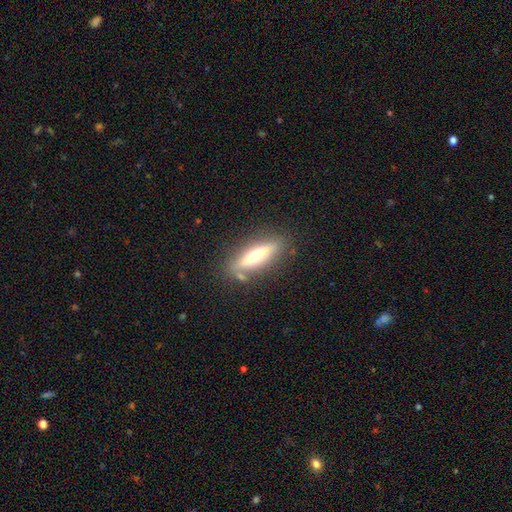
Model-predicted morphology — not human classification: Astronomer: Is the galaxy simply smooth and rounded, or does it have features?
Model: smooth — 50% (runner-up: featured or disk, 43%).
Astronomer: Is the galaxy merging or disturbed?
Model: none — 78%.